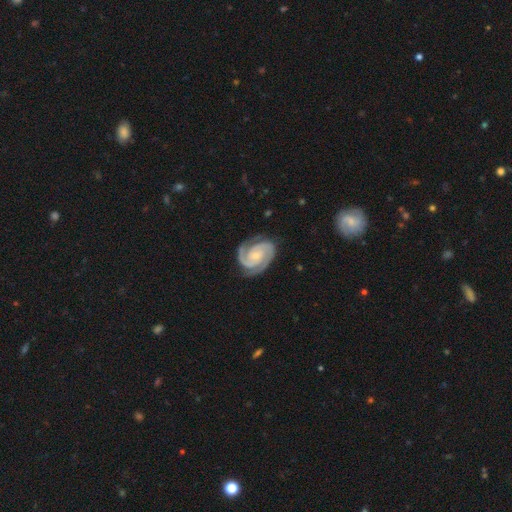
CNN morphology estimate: Smooth or featured? Predicted: featured or disk (p=0.93). Edge-on disk? Predicted: no (p=0.98). Bar? Predicted: no (p=0.61). Spiral arms? Predicted: yes (p=0.99). Spiral winding? Predicted: tight (p=0.66). Spiral arm count? Predicted: 2 (p=0.87). Bulge size? Predicted: small (p=0.66). Merging? Predicted: none (p=0.81).